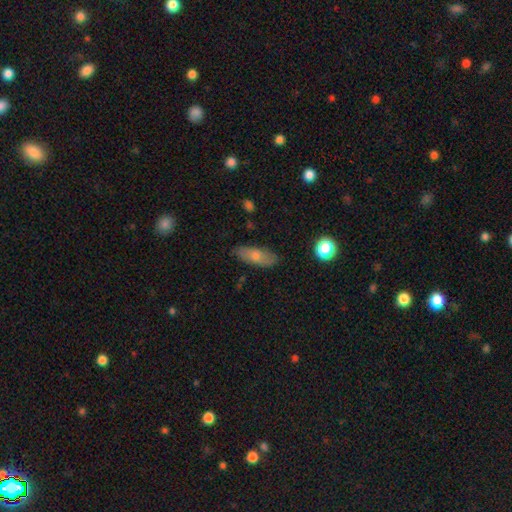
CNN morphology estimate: A smooth galaxy with no disk features (65%) that is in between round and cigar-shaped (69%). Merging: none (83%).